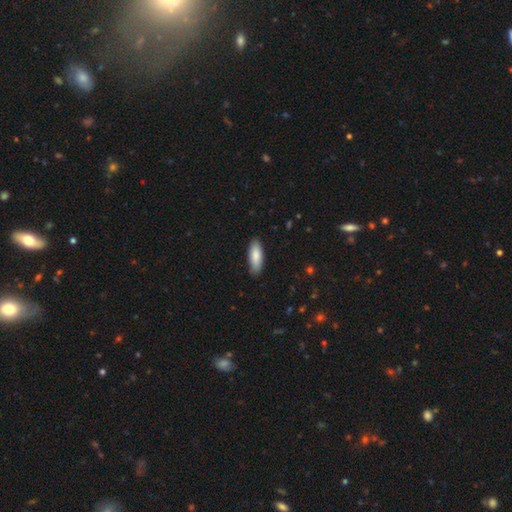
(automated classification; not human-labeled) Overall: smooth (87%). How rounded: in between (68%; cigar-shaped 31%). Merging: none (87%).